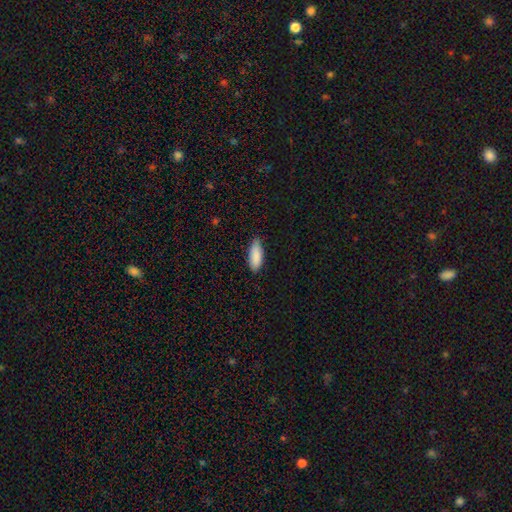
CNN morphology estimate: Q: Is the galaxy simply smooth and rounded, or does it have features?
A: smooth — 89%.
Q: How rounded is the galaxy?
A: in between — 76%.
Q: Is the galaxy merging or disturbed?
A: none — 78%.